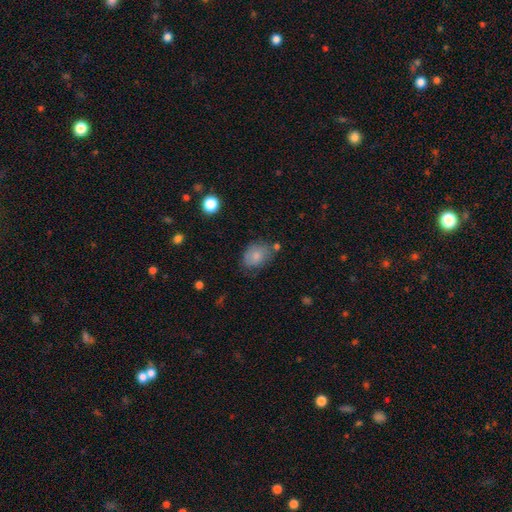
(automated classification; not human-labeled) This is likely a smooth galaxy (78%). How rounded: likely in between (73%). Merging: likely none (61%).